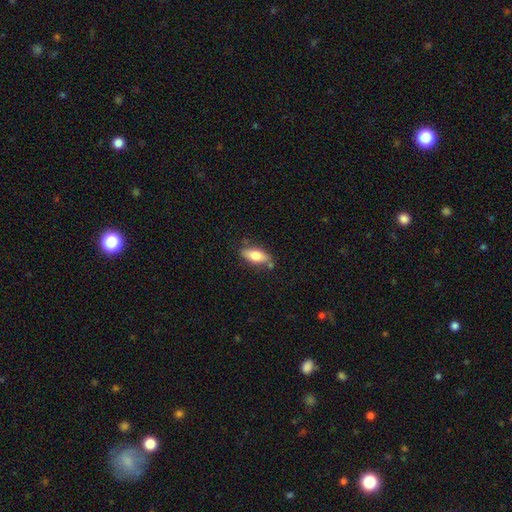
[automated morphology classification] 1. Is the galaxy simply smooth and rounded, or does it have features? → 75% smooth, 19% featured or disk, 6% star or artifact.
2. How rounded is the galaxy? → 77% in between, 21% cigar-shaped, 3% round.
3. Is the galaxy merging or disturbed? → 74% none, 17% minor disturbance, 6% merger, 3% major disturbance.